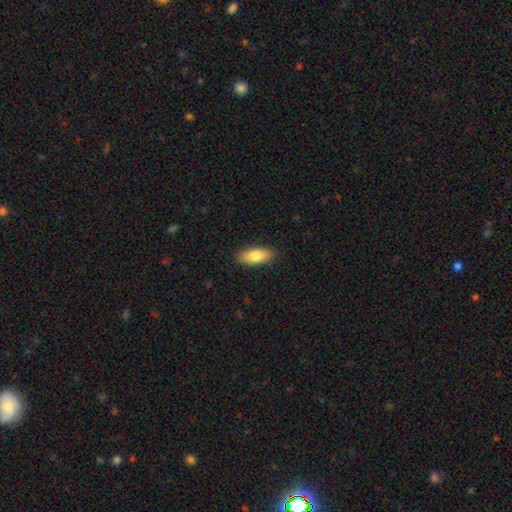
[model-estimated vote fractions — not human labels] The model was most divided on "smooth or featured": smooth: 78%, featured or disk: 16%, star or artifact: 6%. More confident: merging — none (89%); how rounded — in between (83%).